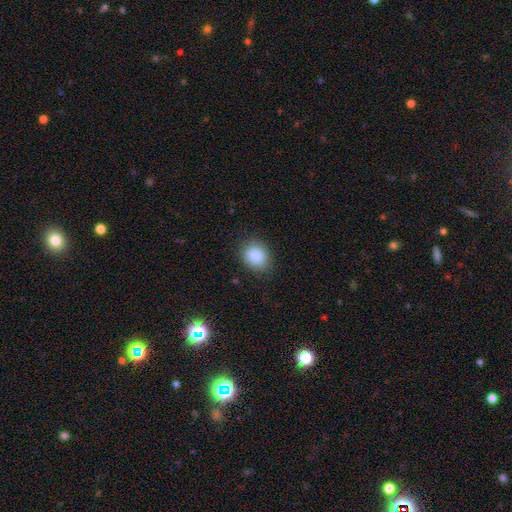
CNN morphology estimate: Smooth or featured? Predicted: smooth (p=0.88). How rounded? Predicted: round (p=0.52). Merging? Predicted: none (p=0.82).